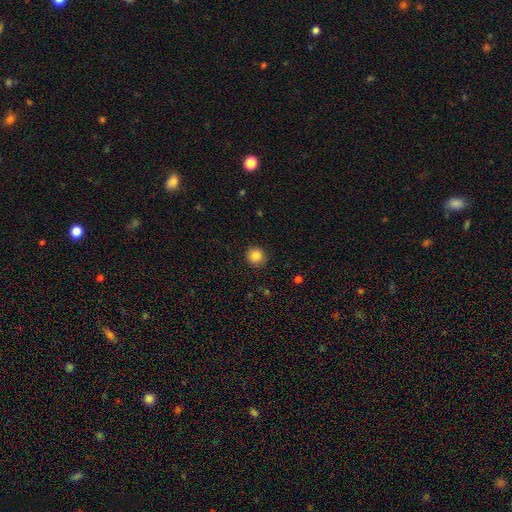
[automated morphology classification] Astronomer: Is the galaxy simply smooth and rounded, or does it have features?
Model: smooth — 85%.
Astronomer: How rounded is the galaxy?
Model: round — 93%.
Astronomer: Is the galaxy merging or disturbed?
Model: none — 91%.